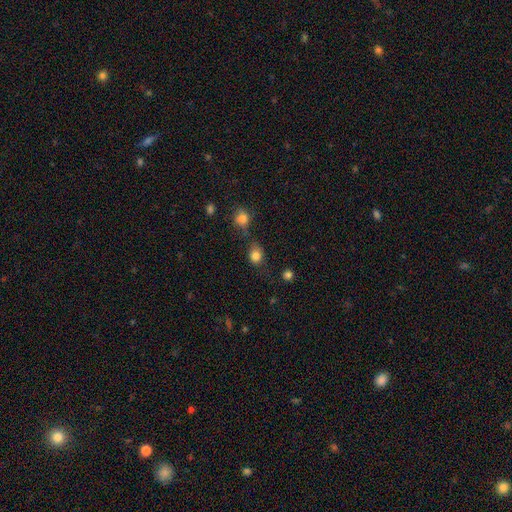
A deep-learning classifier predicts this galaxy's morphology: A smooth galaxy with no disk features (80%) that is round (57%). Merging: none (61%).